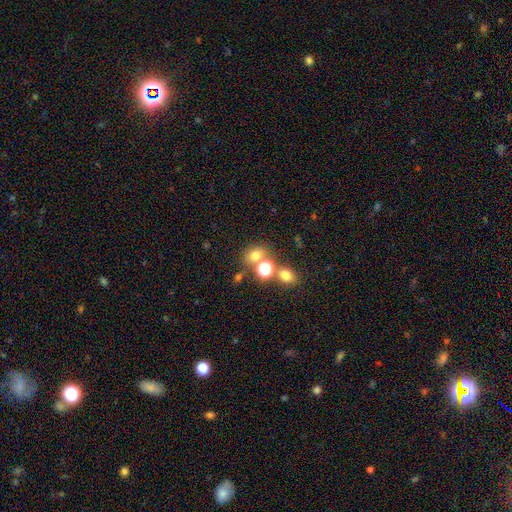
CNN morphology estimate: smooth_or_featured: smooth (p=0.68) [alt: star or artifact p=0.23]
how_rounded: round (p=0.57) [alt: in between p=0.42]
merging: none (p=0.59) [alt: merger p=0.25]